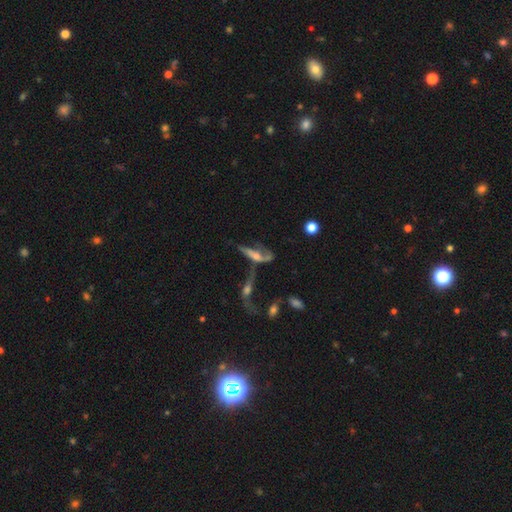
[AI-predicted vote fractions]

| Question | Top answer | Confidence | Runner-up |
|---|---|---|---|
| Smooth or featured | featured or disk | 62% | smooth (26%) |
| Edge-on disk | no | 62% | yes (38%) |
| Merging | merger | 43% | major disturbance (23%) |